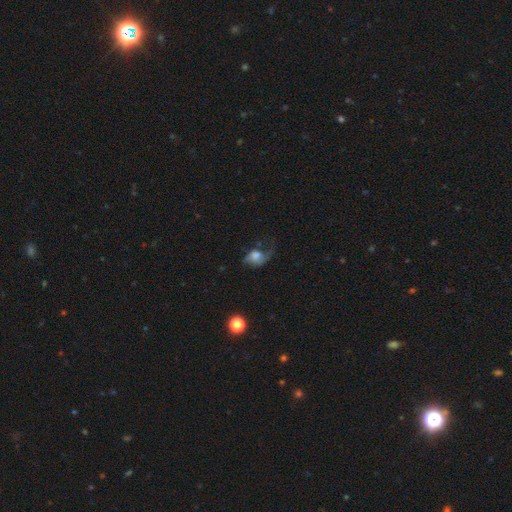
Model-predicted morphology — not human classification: smooth 47%, featured or disk 43%, star or artifact 11%. Down the decision tree: merging — major disturbance (41%).